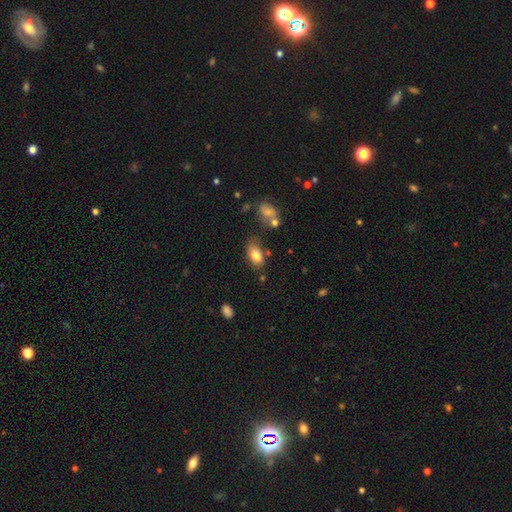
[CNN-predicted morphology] smooth 81%, featured or disk 10%, star or artifact 9%. Down the decision tree: how rounded — in between (90%); merging — none (69%).